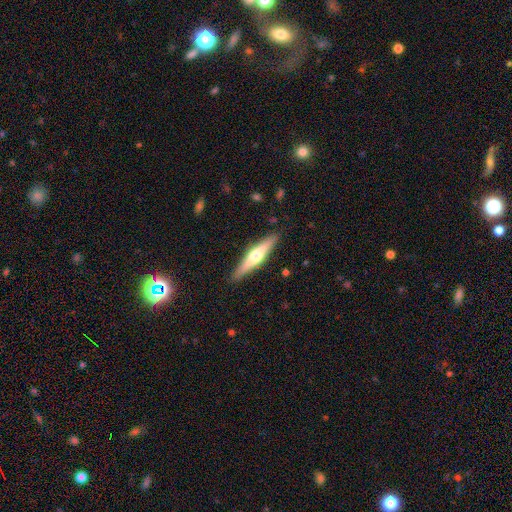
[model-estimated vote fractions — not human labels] smooth_or_featured: featured or disk (p=0.59) [alt: smooth p=0.36]
disk_edge_on: yes (p=0.96) [alt: no p=0.04]
edge_on_bulge: rounded (p=0.91) [alt: boxy p=0.05]
merging: none (p=0.89) [alt: minor disturbance p=0.08]